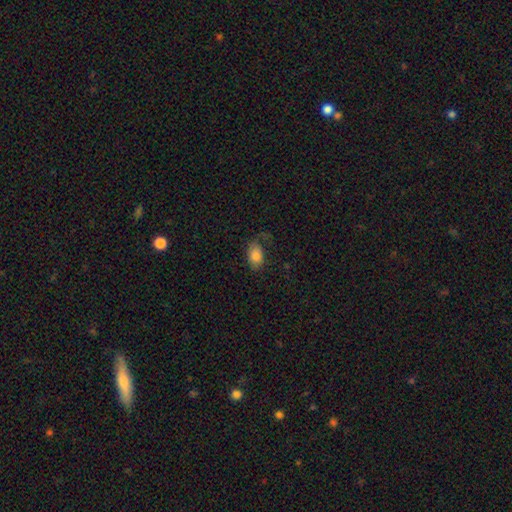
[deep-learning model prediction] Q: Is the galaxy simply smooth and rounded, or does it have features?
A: smooth — 81%.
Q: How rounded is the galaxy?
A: in between — 88%.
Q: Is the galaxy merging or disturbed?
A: none — 57%.